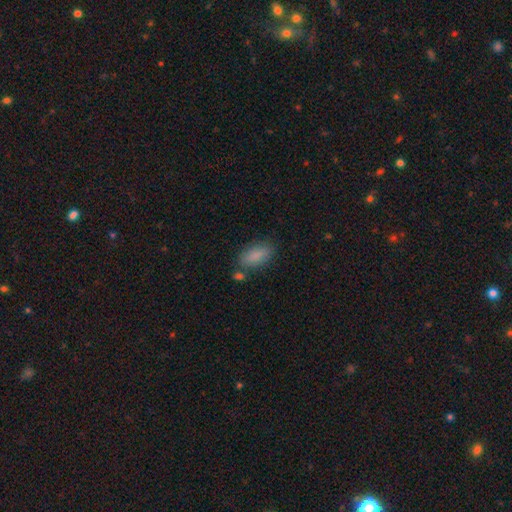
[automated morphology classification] Overall: smooth (86%). How rounded: in between (88%). Merging: none (72%).